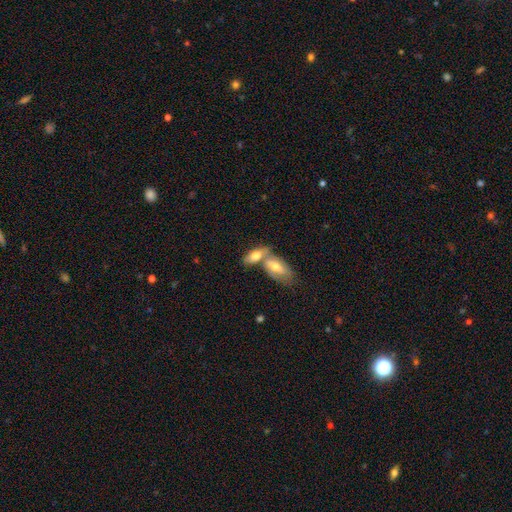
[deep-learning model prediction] Q: Smooth or featured?
A: smooth (67%); runner-up: featured or disk (27%)
Q: How rounded?
A: in between (85%); runner-up: cigar-shaped (12%)
Q: Merging?
A: merger (62%); runner-up: none (27%)